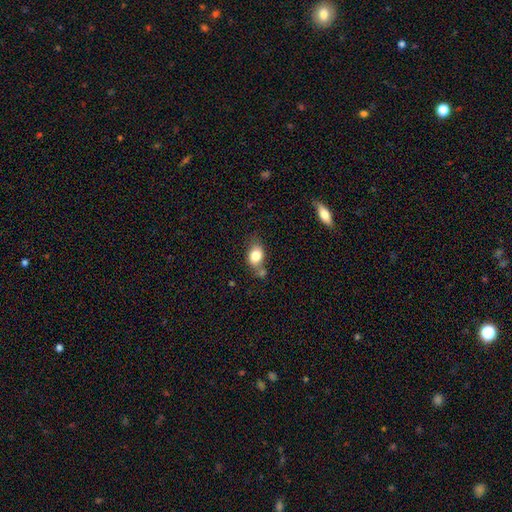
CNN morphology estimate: Smooth or featured?
  - smooth: 81% *
  - featured or disk: 11%
  - star or artifact: 8%
How rounded?
  - in between: 72% *
  - round: 27%
  - cigar-shaped: 2%
Merging?
  - none: 52% *
  - minor disturbance: 21%
  - merger: 20%
  - major disturbance: 7%